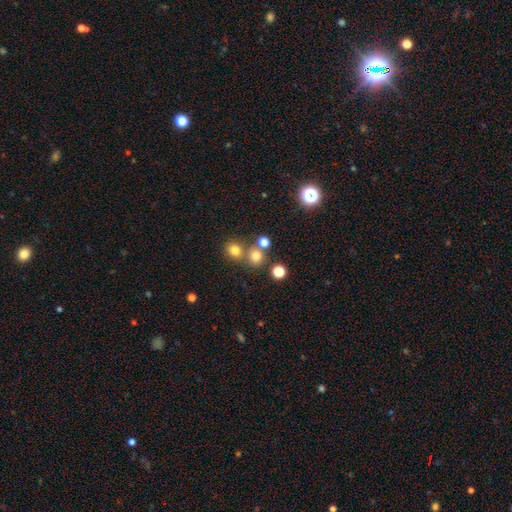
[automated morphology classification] smooth-or-featured: smooth: 73% | star or artifact: 19% | featured or disk: 8%
  how-rounded: round: 86% | in between: 13% | cigar-shaped: 1%
  merging: none: 63% | merger: 26% | minor disturbance: 8% | major disturbance: 4%